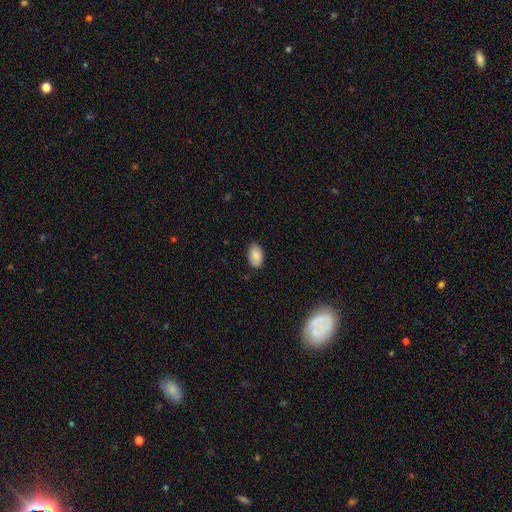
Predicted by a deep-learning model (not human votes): The model was most divided on "merging": none: 85%, minor disturbance: 12%, major disturbance: 2%, merger: 1%. More confident: how rounded — in between (93%); smooth or featured — smooth (88%).